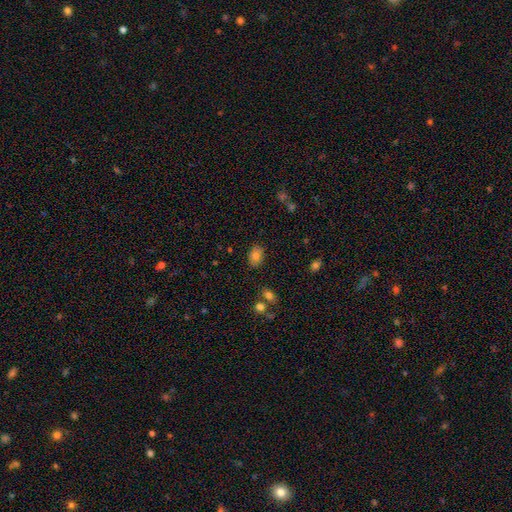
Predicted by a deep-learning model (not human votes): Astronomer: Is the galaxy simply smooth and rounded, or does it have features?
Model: smooth — 81%.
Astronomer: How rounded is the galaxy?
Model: in between — 77%.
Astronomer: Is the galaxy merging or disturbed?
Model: none — 84%.